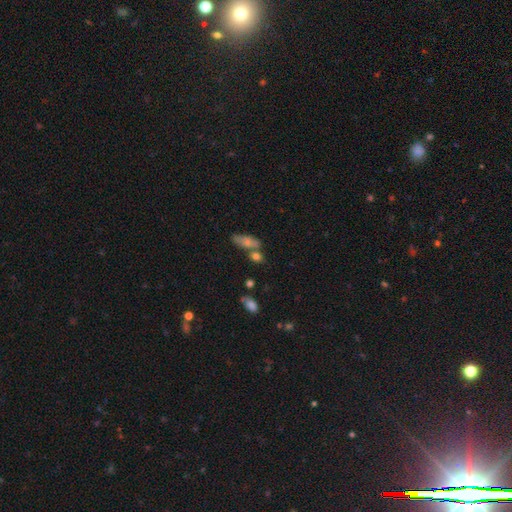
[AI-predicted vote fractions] Smooth or featured: smooth — 45% (star or artifact — 28%)
Merging: none — 51% (merger — 27%)